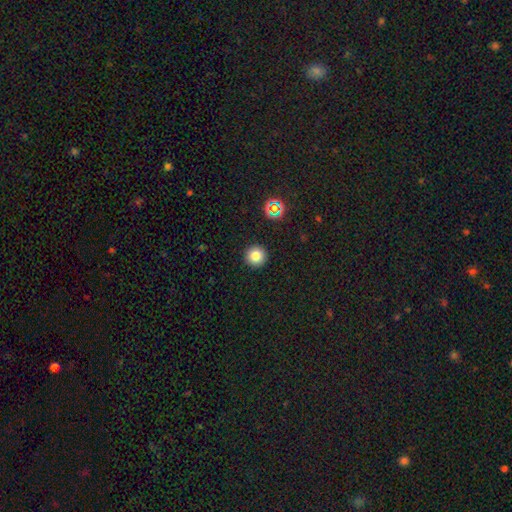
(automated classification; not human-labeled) This is likely a smooth galaxy (80%). How rounded: clearly round (96%). Merging: clearly none (92%).